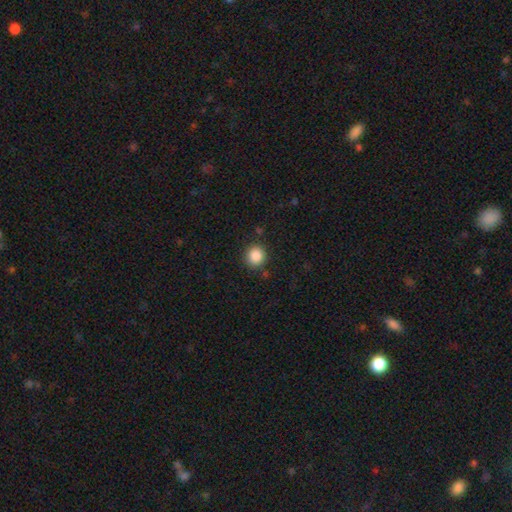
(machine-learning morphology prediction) A smooth galaxy with no disk features (87%) that is round (88%).

Vote fractions:
- Smooth or featured? smooth: 87% / star or artifact: 10% / featured or disk: 3%
- How rounded? round: 88% / in between: 11% / cigar-shaped: 1%
- Merging? none: 86% / minor disturbance: 8% / major disturbance: 3% / merger: 2%